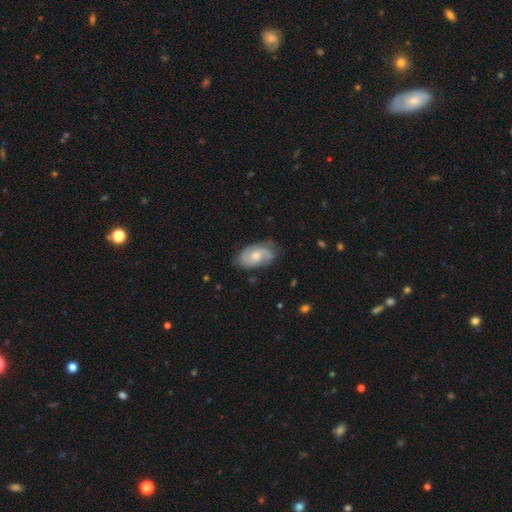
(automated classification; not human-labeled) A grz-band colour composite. It shows a featured or disk galaxy (67%) with no bar (64%), 2 (74%) medium (45%) spiral arms (91%) and a moderate central bulge (55%). Merging: none (76%).